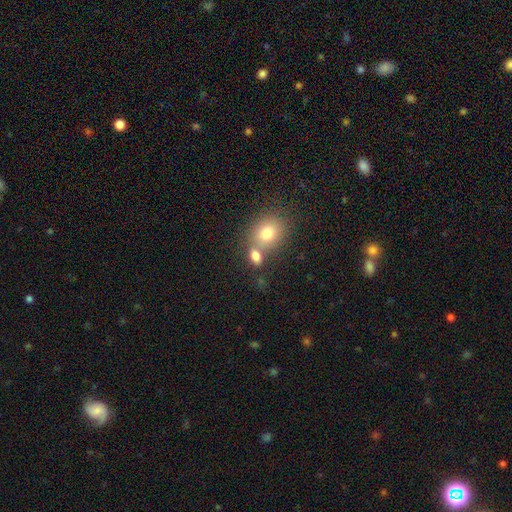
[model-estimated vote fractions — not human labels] Smooth or featured? Predicted: smooth (p=0.79). How rounded? Predicted: in between (p=0.63). Merging? Predicted: none (p=0.46).